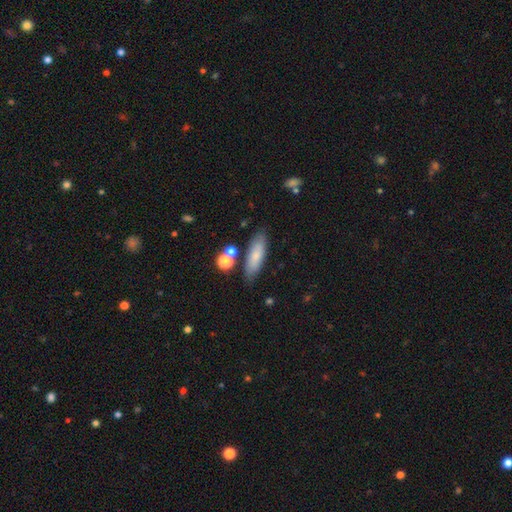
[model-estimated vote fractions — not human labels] Q: Smooth or featured?
A: smooth (75%); runner-up: featured or disk (17%)
Q: How rounded?
A: in between (50%); runner-up: cigar-shaped (48%)
Q: Merging?
A: none (76%); runner-up: minor disturbance (14%)